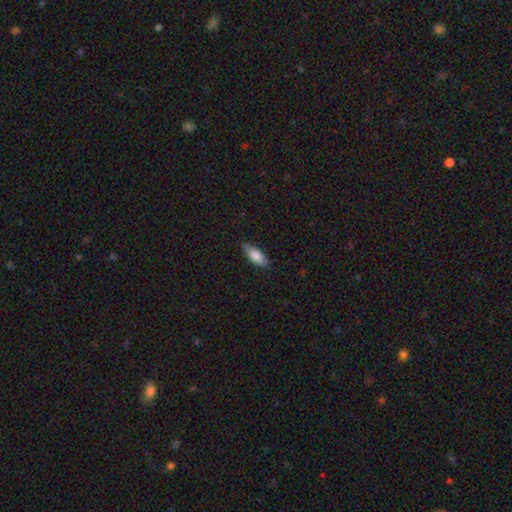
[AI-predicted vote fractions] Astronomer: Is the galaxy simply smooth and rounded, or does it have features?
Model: smooth — 82%.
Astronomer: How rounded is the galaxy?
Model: in between — 78%.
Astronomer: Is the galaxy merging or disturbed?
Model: none — 81%.